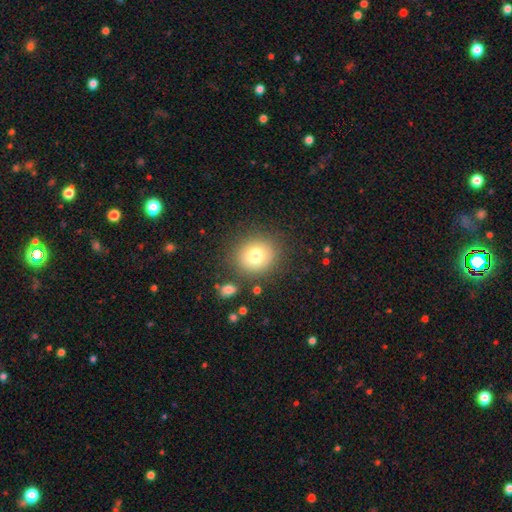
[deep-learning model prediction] Smooth or featured? Predicted: smooth (p=0.76). How rounded? Predicted: round (p=0.80). Merging? Predicted: none (p=0.83).